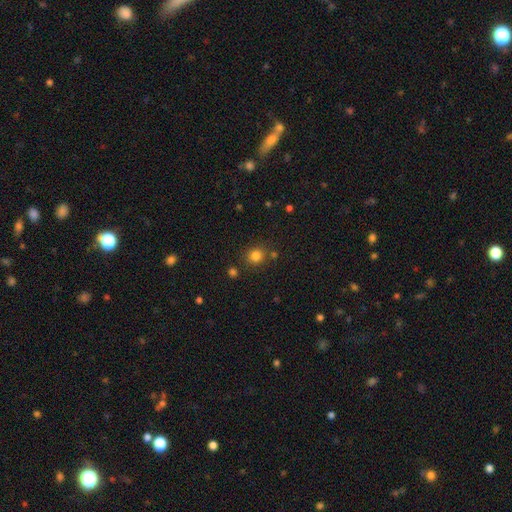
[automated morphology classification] Q: Smooth or featured?
A: smooth (81%); runner-up: star or artifact (14%)
Q: How rounded?
A: round (82%); runner-up: in between (17%)
Q: Merging?
A: none (80%); runner-up: minor disturbance (10%)